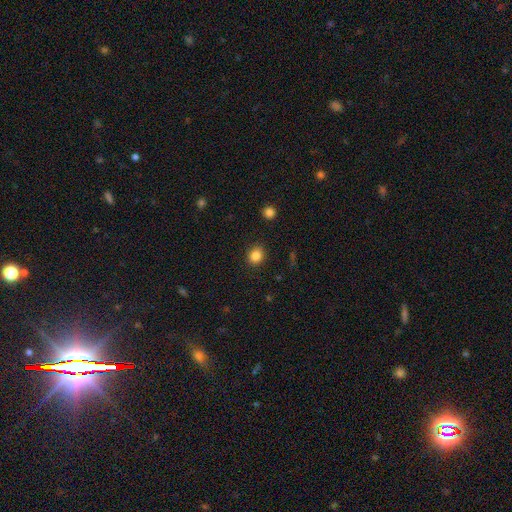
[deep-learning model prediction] The model was most divided on "how rounded": round: 72%, in between: 28%, cigar-shaped: 1%. More confident: merging — none (89%); smooth or featured — smooth (85%).